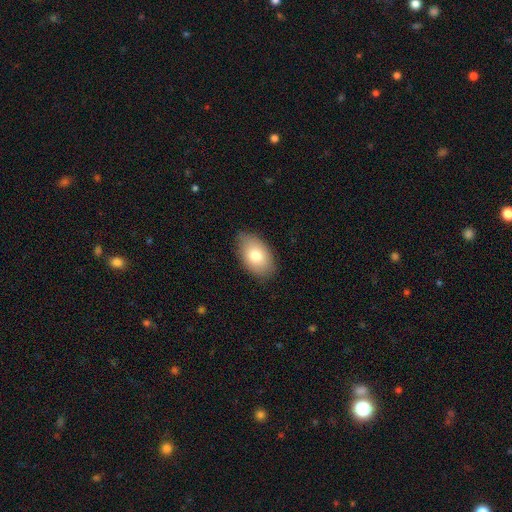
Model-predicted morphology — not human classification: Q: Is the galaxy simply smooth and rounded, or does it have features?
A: smooth — 79%.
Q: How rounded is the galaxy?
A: in between — 92%.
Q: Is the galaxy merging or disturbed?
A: none — 81%.